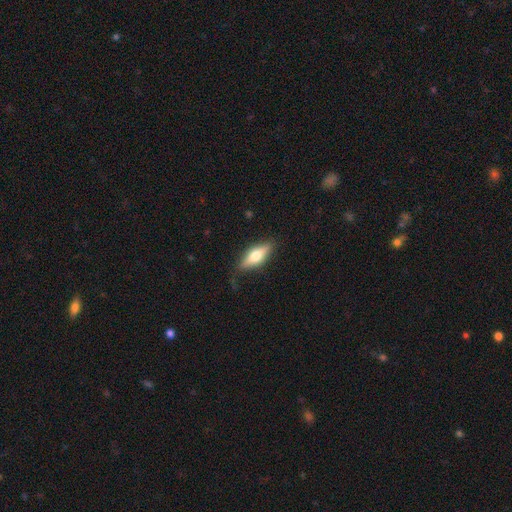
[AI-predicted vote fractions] A smooth galaxy with no disk features (55%) that is in between round and cigar-shaped (61%).

Vote fractions:
- Smooth or featured? smooth: 55% / featured or disk: 39% / star or artifact: 6%
- How rounded? in between: 61% / cigar-shaped: 36% / round: 3%
- Merging? none: 79% / minor disturbance: 15% / major disturbance: 4% / merger: 1%